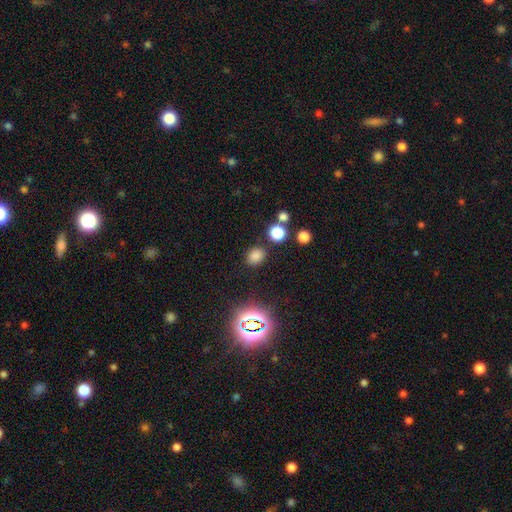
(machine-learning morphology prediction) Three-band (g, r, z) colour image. It shows a smooth galaxy with no disk features (76%) that is round (53%). Merging: none (80%).